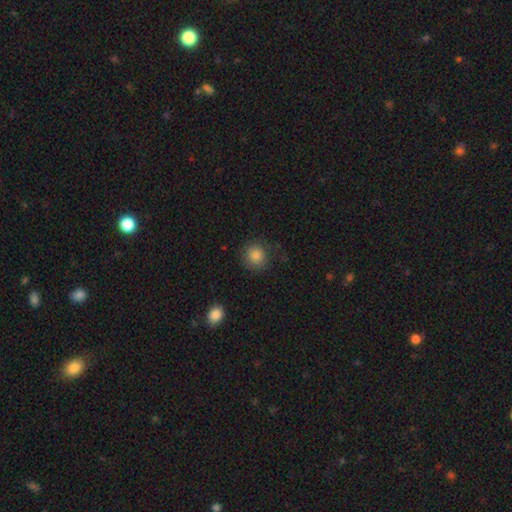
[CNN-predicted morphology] smooth_or_featured: smooth (p=0.86) [alt: star or artifact p=0.09]
how_rounded: round (p=0.89) [alt: in between p=0.10]
merging: none (p=0.82) [alt: minor disturbance p=0.12]